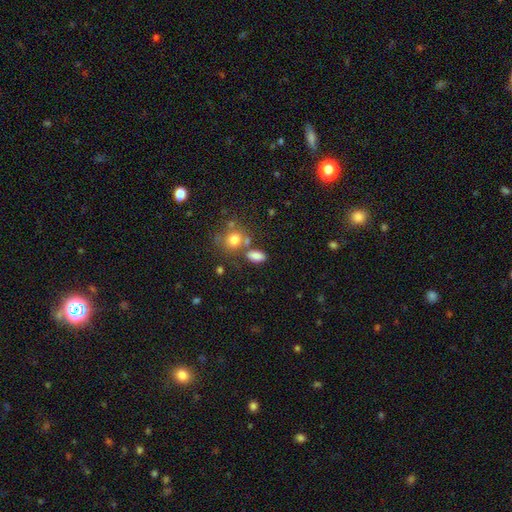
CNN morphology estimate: This is clearly a smooth galaxy (82%). How rounded: clearly in between (86%). Merging: likely none (63%).